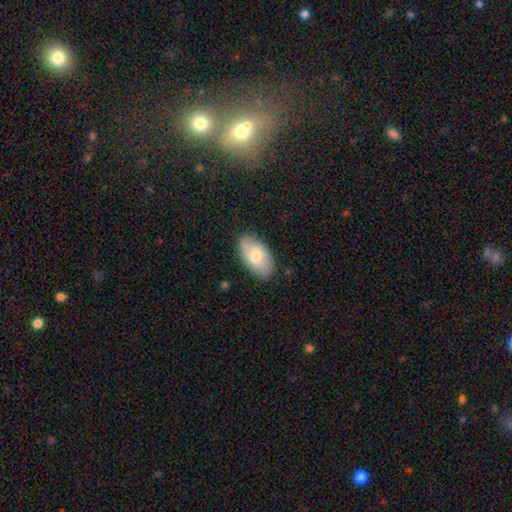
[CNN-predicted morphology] This appears to be a smooth galaxy with no disk features (72%) that is in between round and cigar-shaped (95%). Merging: none (85%).